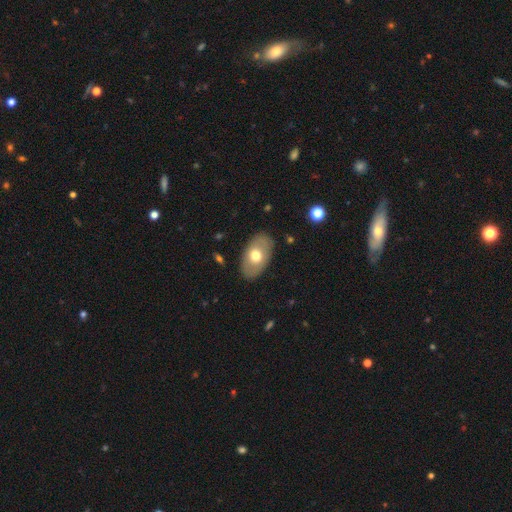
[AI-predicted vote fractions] Morphology: type=smooth (63%); roundness=in between (91%); merging=none (85%).